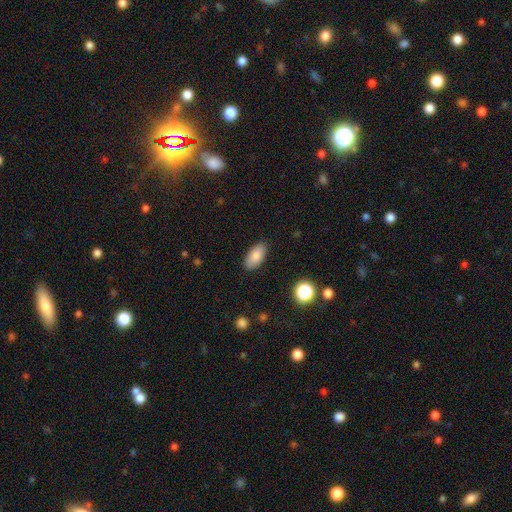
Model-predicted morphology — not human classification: Q: Smooth or featured?
A: smooth (83%); runner-up: featured or disk (9%)
Q: How rounded?
A: in between (92%); runner-up: cigar-shaped (4%)
Q: Merging?
A: none (87%); runner-up: minor disturbance (10%)